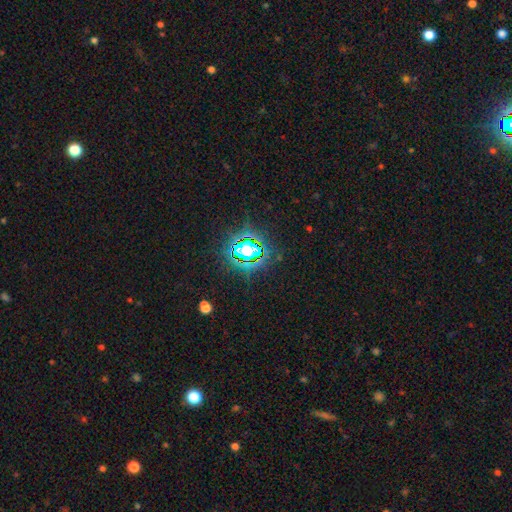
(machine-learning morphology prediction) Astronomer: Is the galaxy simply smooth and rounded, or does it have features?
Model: star or artifact — 78%.